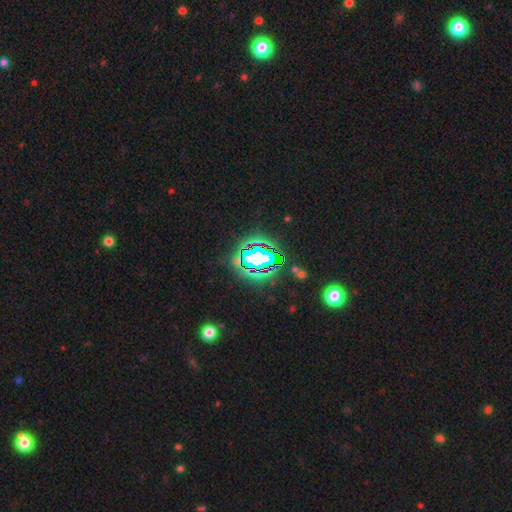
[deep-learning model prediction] smooth_or_featured: star or artifact (p=0.67) [alt: smooth p=0.18]